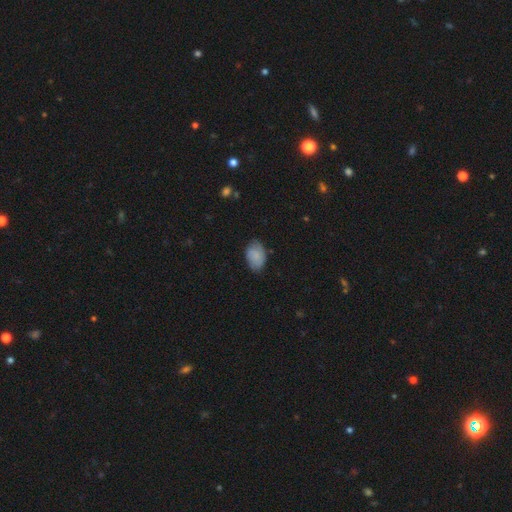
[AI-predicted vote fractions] Smooth or featured? smooth (79%)
How rounded? in between (88%)
Merging? none (74%)